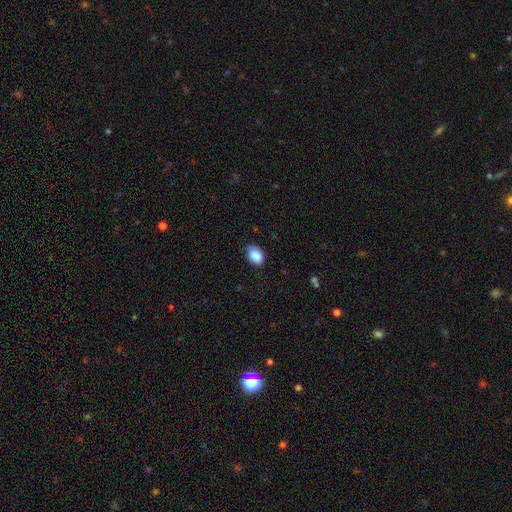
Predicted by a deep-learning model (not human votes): Smooth or featured? Predicted: smooth (p=0.88). How rounded? Predicted: in between (p=0.81). Merging? Predicted: none (p=0.74).